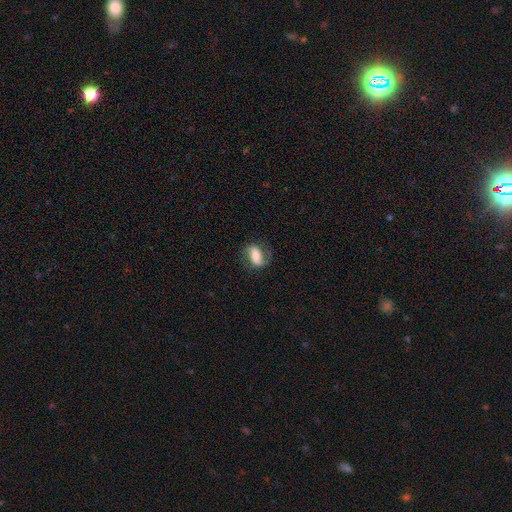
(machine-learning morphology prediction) This appears to be a featured or disk galaxy (70%) with a strong bar (36%), 2 (86%) medium (43%) spiral arms (91%) and a moderate central bulge (50%). Merging: none (75%).